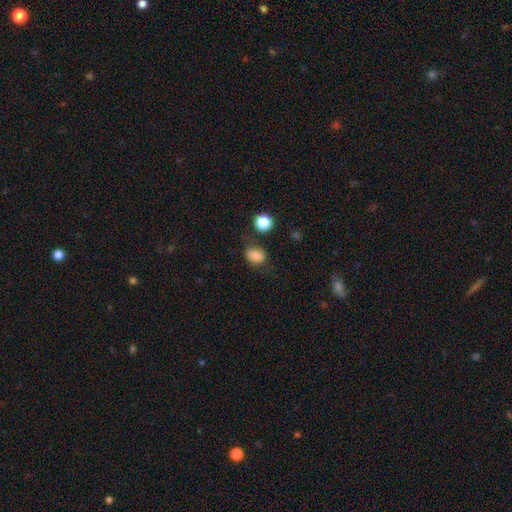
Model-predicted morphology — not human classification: smooth-or-featured: smooth: 80% | star or artifact: 12% | featured or disk: 8%
  how-rounded: in between: 66% | round: 32% | cigar-shaped: 1%
  merging: none: 64% | minor disturbance: 22% | major disturbance: 8% | merger: 6%